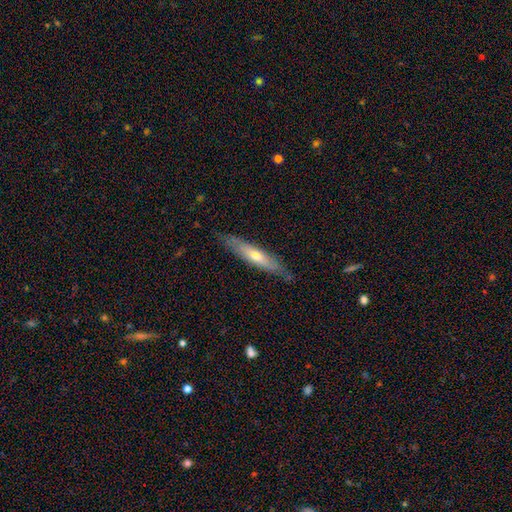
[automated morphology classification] Q: Smooth or featured?
A: smooth (48%); runner-up: featured or disk (46%)
Q: Merging?
A: none (80%); runner-up: minor disturbance (15%)